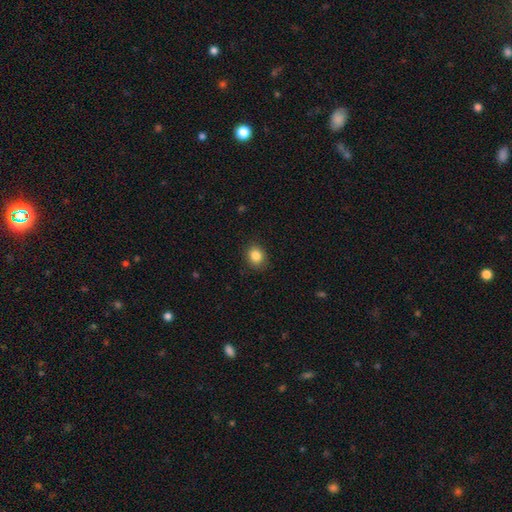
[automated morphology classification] A smooth galaxy with no disk features (85%) that is round (64%). Merging: none (87%).